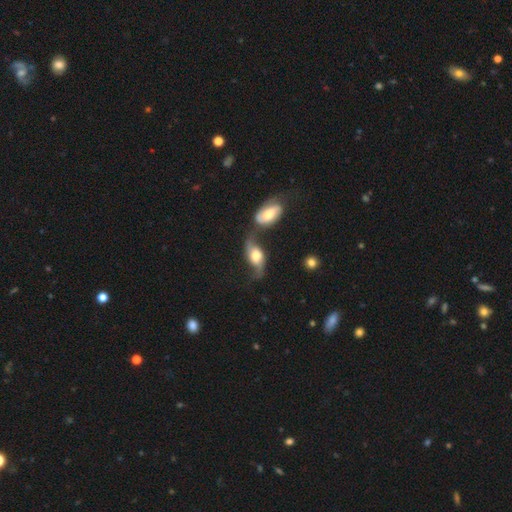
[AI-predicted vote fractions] Overall: featured or disk (66%; smooth 27%). Edge-on disk: no (85%). Bar: no (56%; weak 32%). Spiral arms: yes (87%). Bulge size: moderate (45%; large 37%). Merging: none (35%, tied with merger).